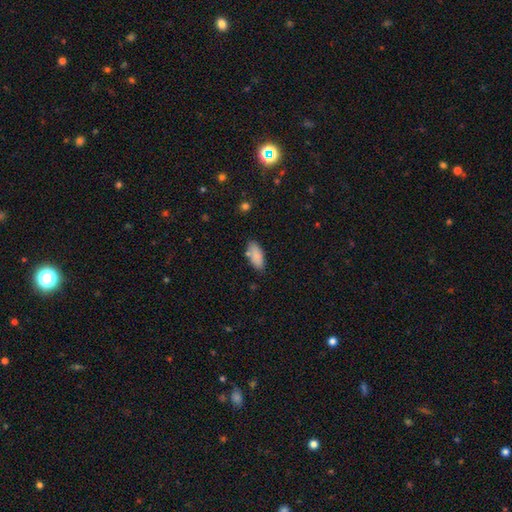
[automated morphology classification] smooth 86%, featured or disk 7%, star or artifact 7%. Down the decision tree: how rounded — in between (84%); merging — none (73%).